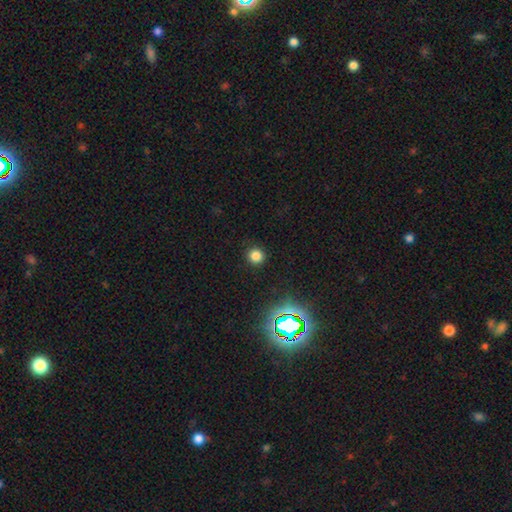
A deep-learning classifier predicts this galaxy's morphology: Smooth or featured: smooth — 80% (star or artifact — 16%)
How rounded: round — 94% (in between — 5%)
Merging: none — 91% (minor disturbance — 6%)